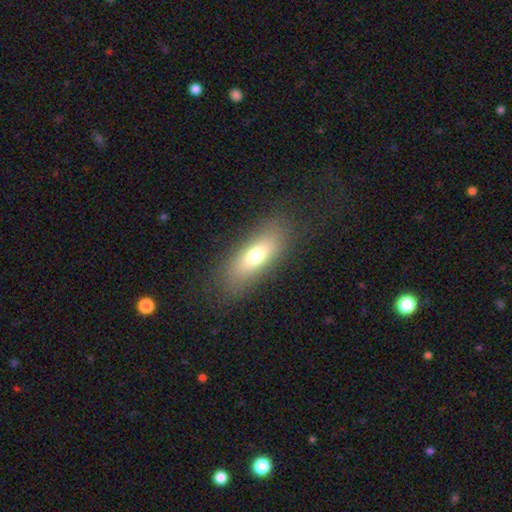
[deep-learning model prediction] Smooth or featured?
  - smooth: 69% *
  - featured or disk: 22%
  - star or artifact: 10%
How rounded?
  - in between: 67% *
  - cigar-shaped: 29%
  - round: 4%
Merging?
  - none: 82% *
  - minor disturbance: 11%
  - major disturbance: 6%
  - merger: 1%